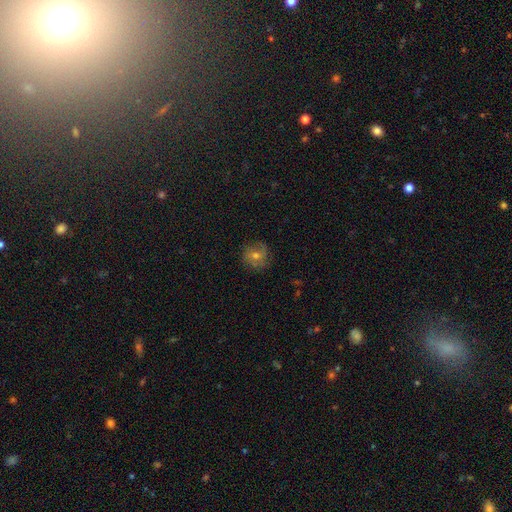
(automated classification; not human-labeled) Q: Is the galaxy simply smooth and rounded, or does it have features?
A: smooth — 47%.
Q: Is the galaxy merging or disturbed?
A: none — 80%.